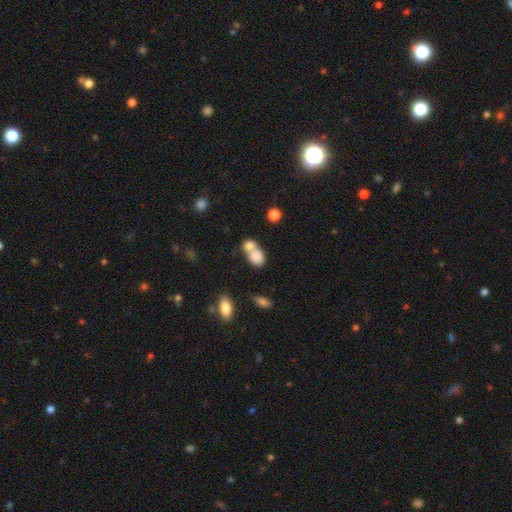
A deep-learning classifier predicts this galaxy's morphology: smooth_or_featured: smooth (p=0.81) [alt: featured or disk p=0.10]
how_rounded: in between (p=0.62) [alt: round p=0.36]
merging: merger (p=0.64) [alt: none p=0.25]